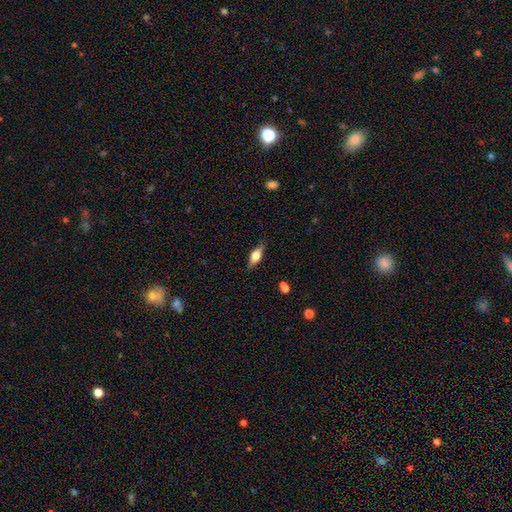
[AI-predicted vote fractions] This appears to be a smooth galaxy with no disk features (60%) that is in between round and cigar-shaped (71%). Merging: none (81%).